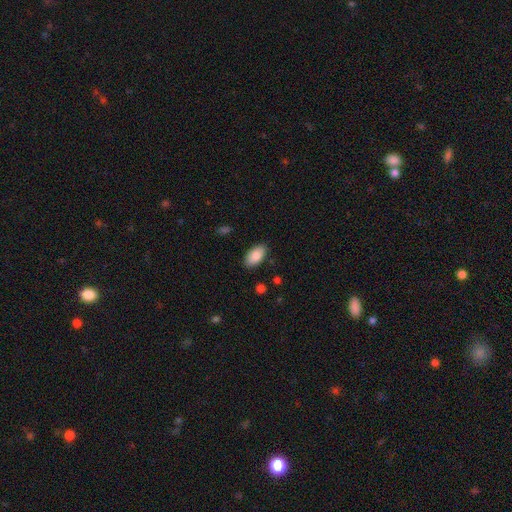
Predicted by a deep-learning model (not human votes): A smooth galaxy with no disk features (87%) that is in between round and cigar-shaped (95%).

Vote fractions:
- Smooth or featured? smooth: 87% / featured or disk: 7% / star or artifact: 6%
- How rounded? in between: 95% / round: 3% / cigar-shaped: 3%
- Merging? none: 87% / minor disturbance: 9% / major disturbance: 2% / merger: 1%